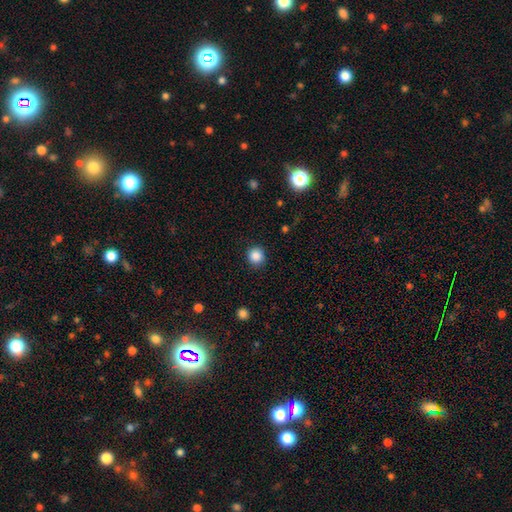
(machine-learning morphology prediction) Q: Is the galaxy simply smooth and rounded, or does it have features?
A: smooth — 87%.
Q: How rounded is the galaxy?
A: round — 92%.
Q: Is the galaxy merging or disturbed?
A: none — 90%.